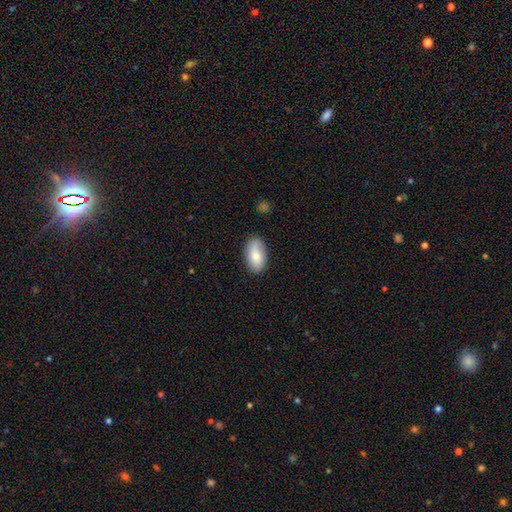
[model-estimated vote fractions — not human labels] Morphology: type=smooth (80%); roundness=in between (94%); merging=none (81%).